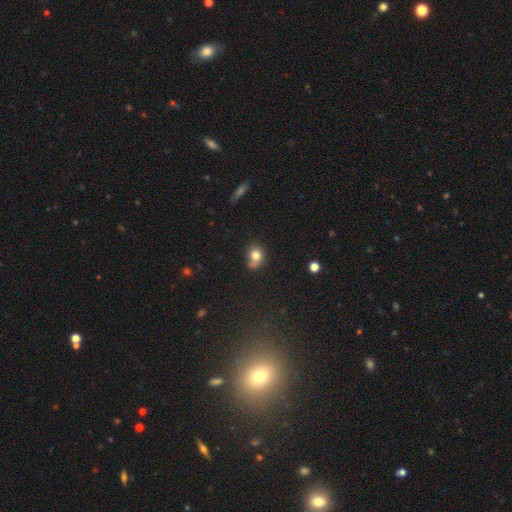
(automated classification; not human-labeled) smooth 78%, star or artifact 11%, featured or disk 11%. Down the decision tree: how rounded — round (67%); merging — none (50%).